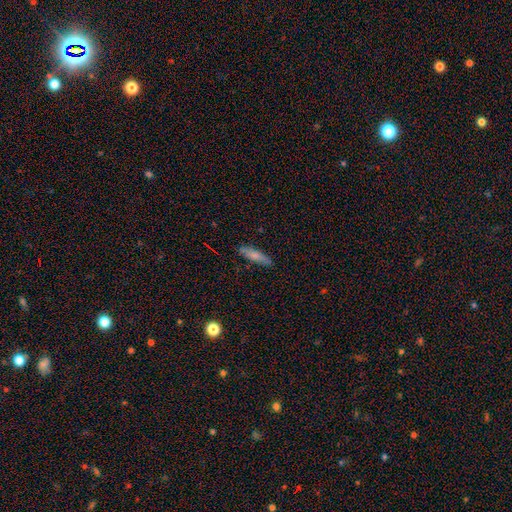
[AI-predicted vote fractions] The model was most divided on "smooth or featured": smooth: 71%, featured or disk: 22%, star or artifact: 7%. More confident: merging — none (86%); how rounded — cigar-shaped (78%).